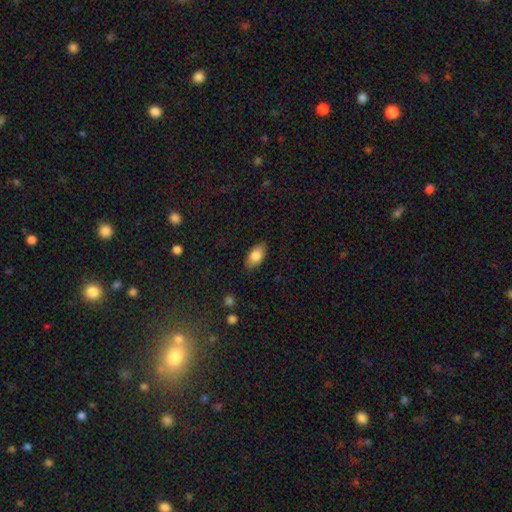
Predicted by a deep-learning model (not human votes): Morphology: type=smooth (82%); roundness=in between (91%); merging=none (85%).